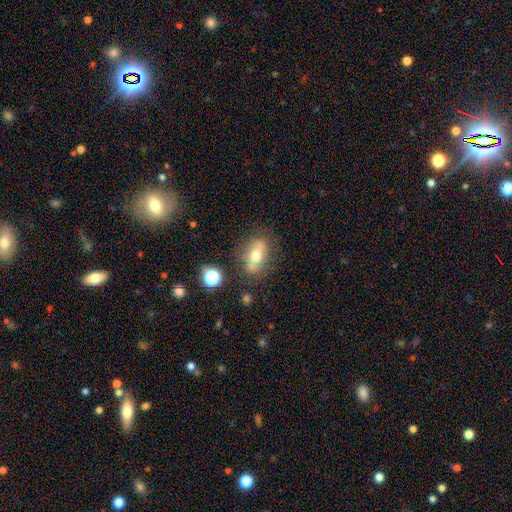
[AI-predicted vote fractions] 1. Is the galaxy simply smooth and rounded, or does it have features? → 48% smooth, 40% featured or disk, 12% star or artifact.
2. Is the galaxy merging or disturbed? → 72% none, 17% minor disturbance, 6% major disturbance, 6% merger.